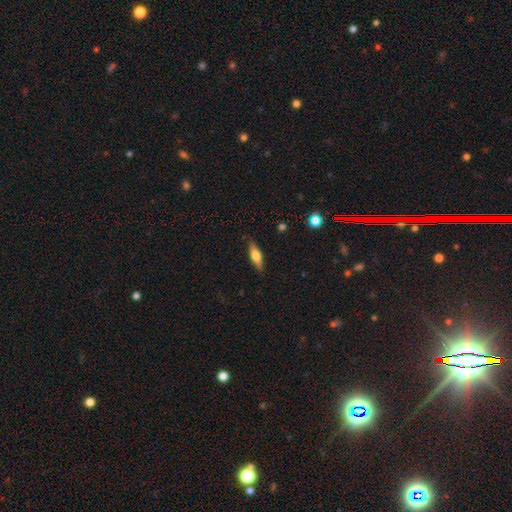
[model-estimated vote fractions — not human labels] smooth-or-featured: smooth: 53% | featured or disk: 41% | star or artifact: 7%
  how-rounded: cigar-shaped: 56% | in between: 41% | round: 3%
  merging: none: 88% | minor disturbance: 9% | major disturbance: 2% | merger: 1%